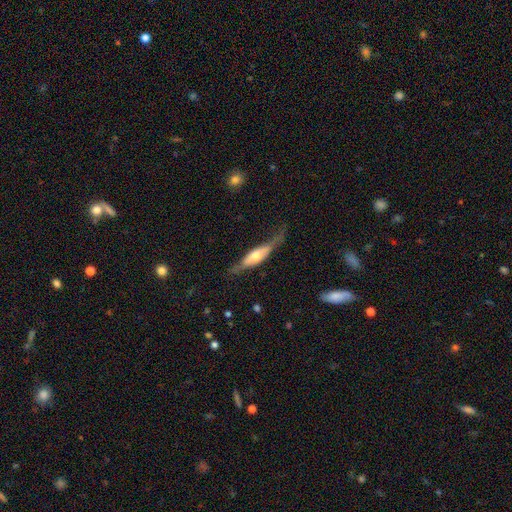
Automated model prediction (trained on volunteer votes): Smooth or featured: featured or disk — 60% (smooth — 35%)
Edge-on disk: yes — 76% (no — 24%)
Merging: none — 54% (minor disturbance — 28%)